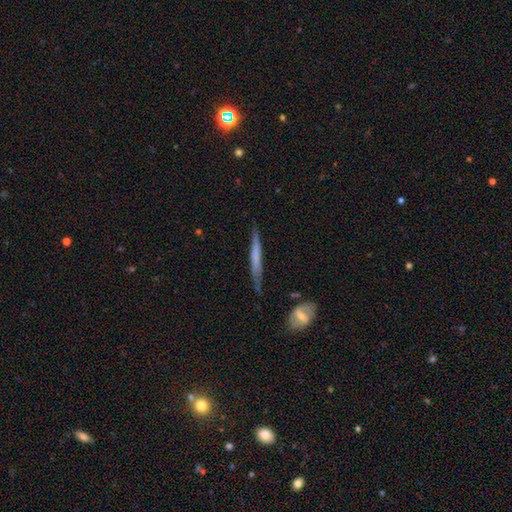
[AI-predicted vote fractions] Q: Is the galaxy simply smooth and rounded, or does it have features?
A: featured or disk — 48%.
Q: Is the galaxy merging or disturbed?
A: none — 76%.